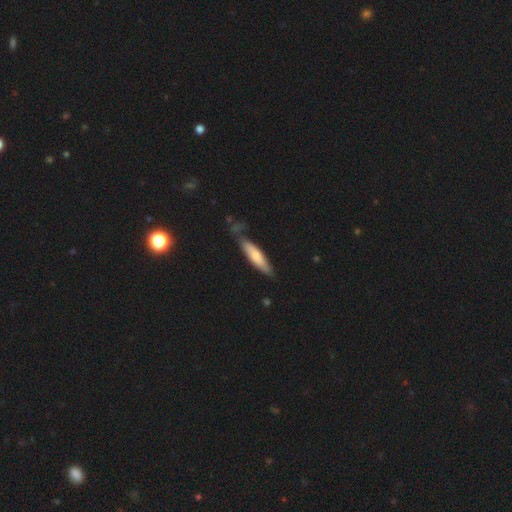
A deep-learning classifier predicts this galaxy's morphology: Smooth or featured? Predicted: smooth (p=0.66). How rounded? Predicted: cigar-shaped (p=0.73). Merging? Predicted: none (p=0.65).